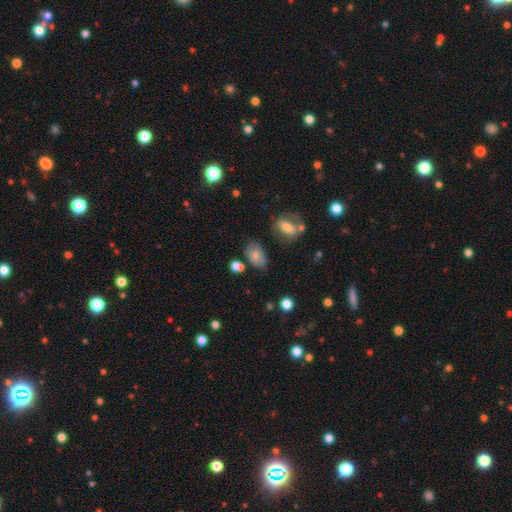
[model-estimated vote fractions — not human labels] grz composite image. It shows a smooth galaxy with no disk features (75%) that is in between round and cigar-shaped (87%). Merging: none (62%).